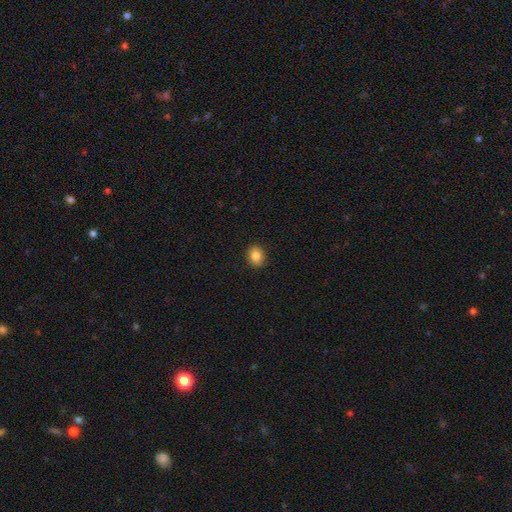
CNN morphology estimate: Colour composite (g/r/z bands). It shows a smooth galaxy with no disk features (85%) that is round (54%). Merging: none (90%).